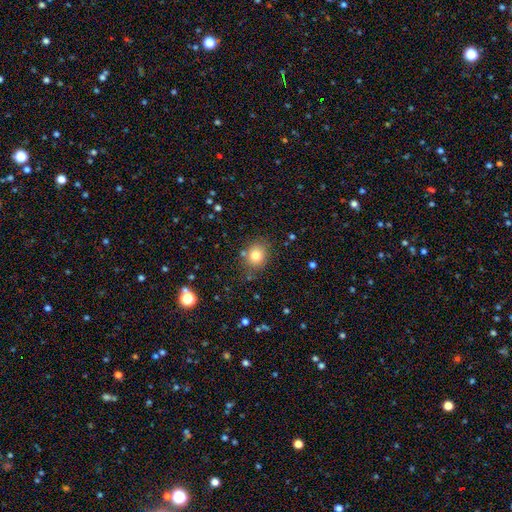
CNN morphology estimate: smooth_or_featured: smooth (p=0.78) [alt: star or artifact p=0.13]
how_rounded: round (p=0.69) [alt: in between p=0.30]
merging: none (p=0.80) [alt: minor disturbance p=0.12]